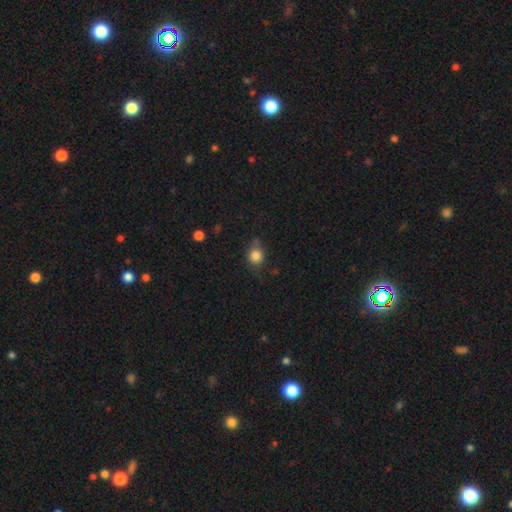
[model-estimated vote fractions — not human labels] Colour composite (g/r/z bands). It shows a smooth galaxy with no disk features (83%) that is round (76%). Merging: none (68%).